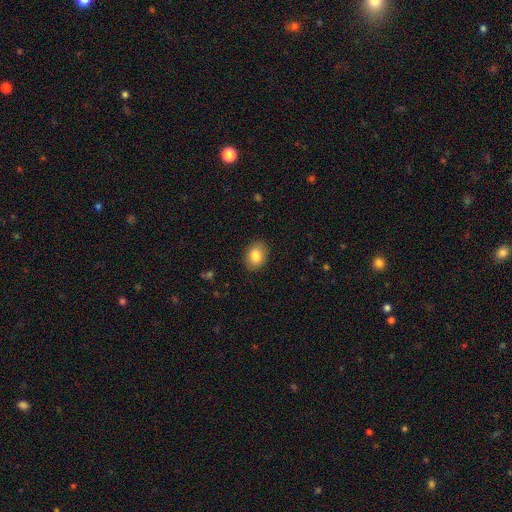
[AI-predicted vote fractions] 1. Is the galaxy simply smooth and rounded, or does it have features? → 85% smooth, 8% star or artifact, 8% featured or disk.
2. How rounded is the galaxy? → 69% in between, 30% round, 1% cigar-shaped.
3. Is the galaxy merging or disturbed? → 88% none, 9% minor disturbance, 2% major disturbance, 1% merger.